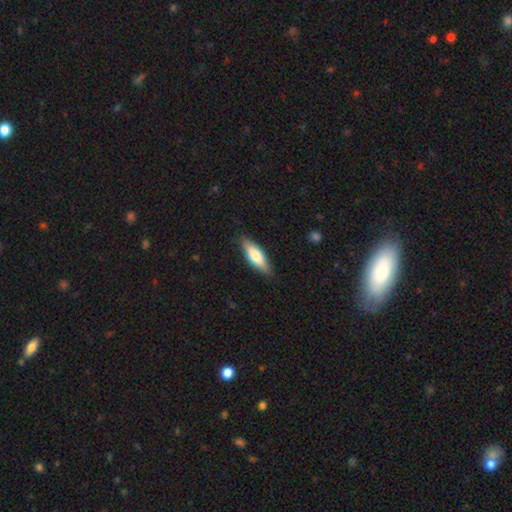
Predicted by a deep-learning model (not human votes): Smooth or featured: smooth — 65% (featured or disk — 30%)
How rounded: in between — 54% (cigar-shaped — 44%)
Merging: none — 86% (minor disturbance — 11%)